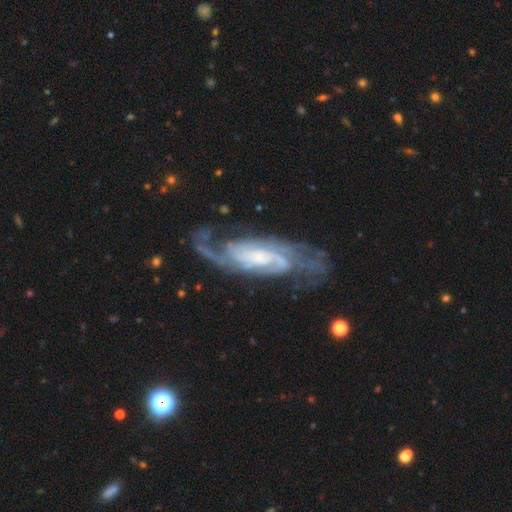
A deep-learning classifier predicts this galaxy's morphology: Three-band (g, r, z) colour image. It shows a featured or disk galaxy (89%) with a weak bar (42%), 2 (65%) medium (47%) spiral arms (97%) and a small central bulge (44%). Merging: none (71%).